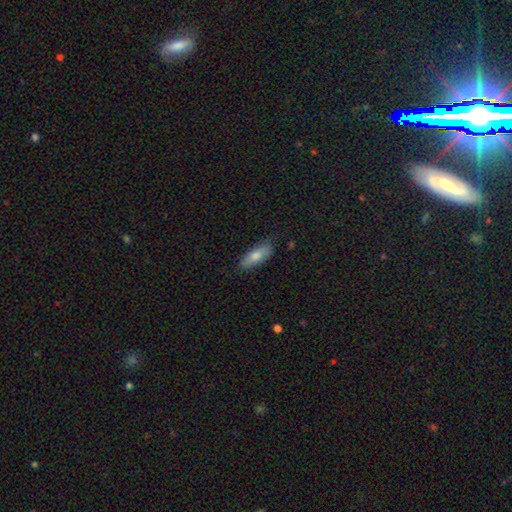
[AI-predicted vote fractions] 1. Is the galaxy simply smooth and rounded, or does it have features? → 72% smooth, 22% featured or disk, 6% star or artifact.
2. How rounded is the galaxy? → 60% in between, 38% cigar-shaped, 2% round.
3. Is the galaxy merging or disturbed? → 81% none, 15% minor disturbance, 3% major disturbance, 1% merger.